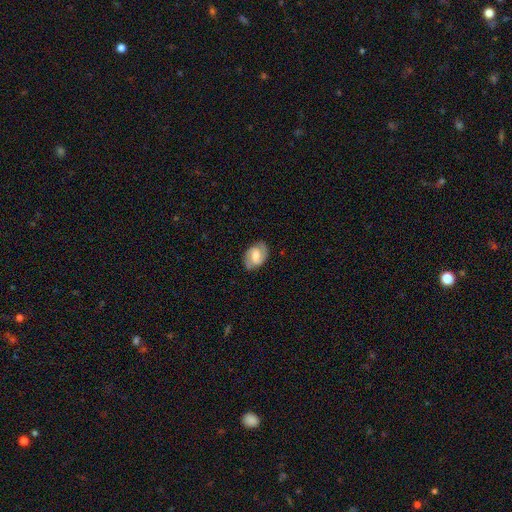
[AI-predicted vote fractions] smooth-or-featured: featured or disk: 70% | smooth: 24% | star or artifact: 6%
  disk-edge-on: no: 97% | yes: 3%
    bar: weak: 51% | no: 27% | strong: 21%
    has-spiral-arms: yes: 92% | no: 8%
      spiral-winding: medium: 49% | tight: 36% | loose: 16%
      spiral-arm-count: 2: 89% | can't tell: 6% | 1: 2% | 3: 1% | 4: 1% | more than 4: 1%
    bulge-size: moderate: 47% | small: 30% | large: 12% | none: 9% | dominant: 2%
  merging: none: 83% | minor disturbance: 12% | major disturbance: 3% | merger: 1%